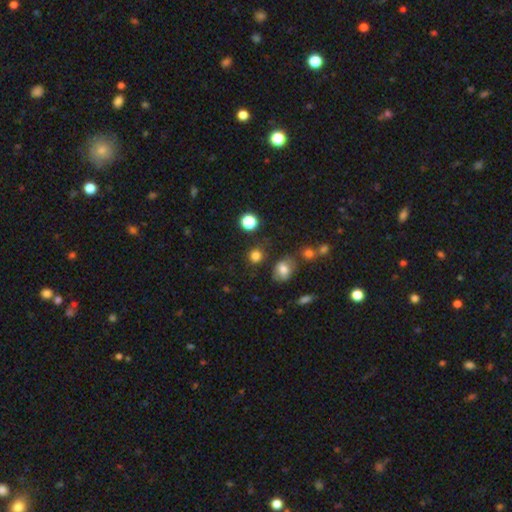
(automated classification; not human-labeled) Smooth or featured: smooth — 78% (star or artifact — 16%)
How rounded: round — 83% (in between — 16%)
Merging: none — 78% (minor disturbance — 12%)